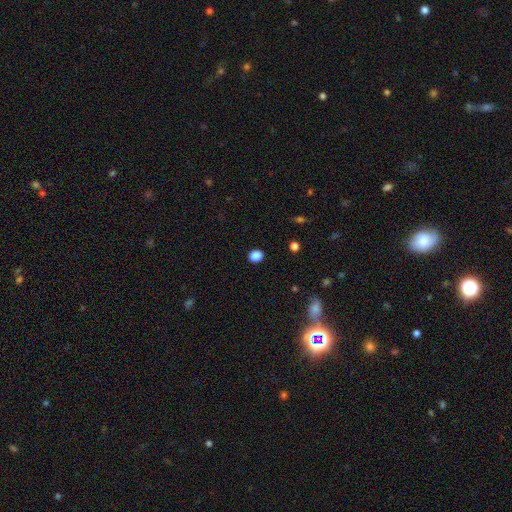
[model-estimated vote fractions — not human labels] This is clearly a smooth galaxy (86%). How rounded: possibly round (56%). Merging: clearly none (89%).